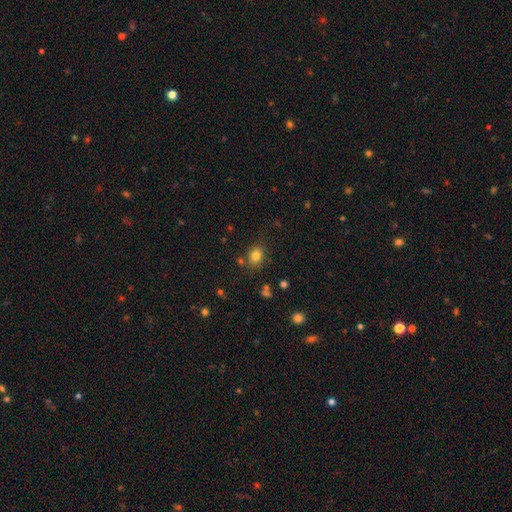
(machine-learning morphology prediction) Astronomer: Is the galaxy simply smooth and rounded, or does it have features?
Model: smooth — 80%.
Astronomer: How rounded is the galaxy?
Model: round — 56% (runner-up: in between, 43%).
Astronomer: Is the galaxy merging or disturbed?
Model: none — 78%.